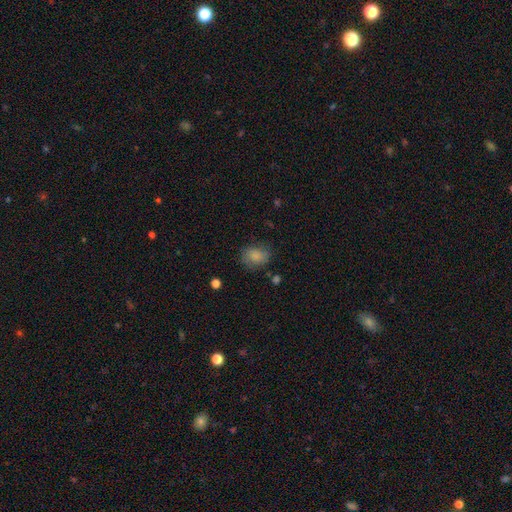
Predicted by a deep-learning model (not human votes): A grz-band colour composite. It shows a smooth galaxy with no disk features (83%) that is in between round and cigar-shaped (53%). Merging: none (71%).